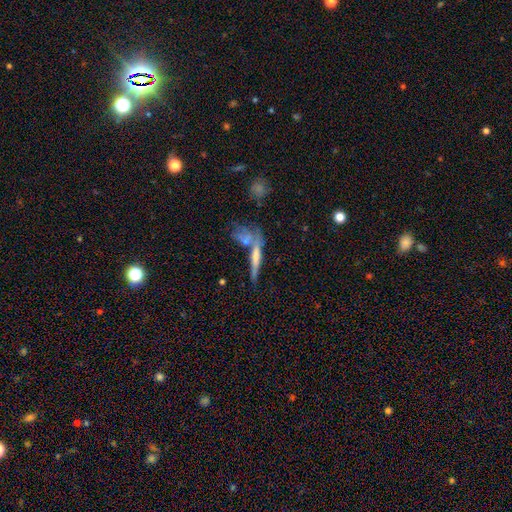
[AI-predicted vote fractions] Smooth or featured? smooth (48%)
Merging? none (52%)